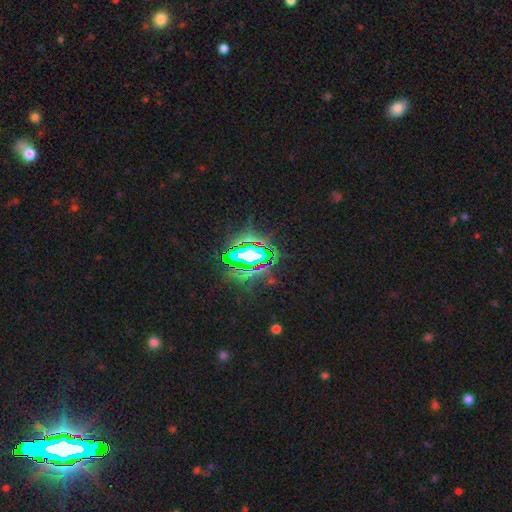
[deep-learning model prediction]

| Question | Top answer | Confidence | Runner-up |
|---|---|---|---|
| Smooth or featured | star or artifact | 83% | smooth (10%) |